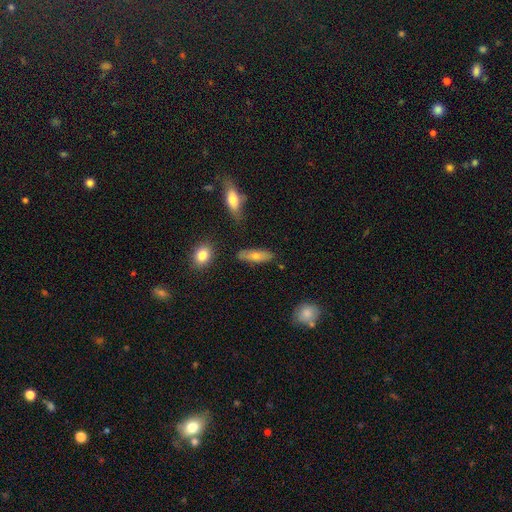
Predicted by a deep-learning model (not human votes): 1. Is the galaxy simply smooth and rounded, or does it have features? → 63% smooth, 29% featured or disk, 8% star or artifact.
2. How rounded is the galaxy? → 51% cigar-shaped, 46% in between, 3% round.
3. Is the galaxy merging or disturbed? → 81% none, 13% minor disturbance, 3% merger, 3% major disturbance.